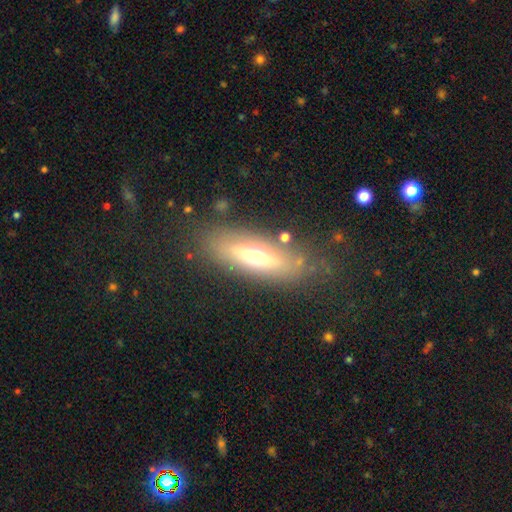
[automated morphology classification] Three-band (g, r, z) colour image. It shows a smooth galaxy with no disk features (52%) that is in between round and cigar-shaped (57%). Merging: none (77%).